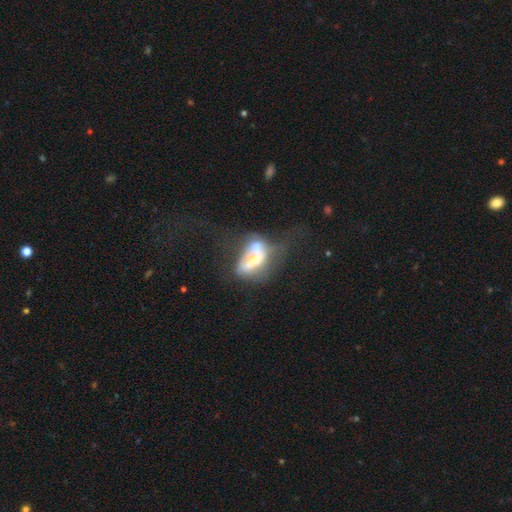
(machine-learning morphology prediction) Smooth or featured: featured or disk — 55% (smooth — 34%)
Edge-on disk: no — 82% (yes — 18%)
Merging: merger — 49% (major disturbance — 22%)